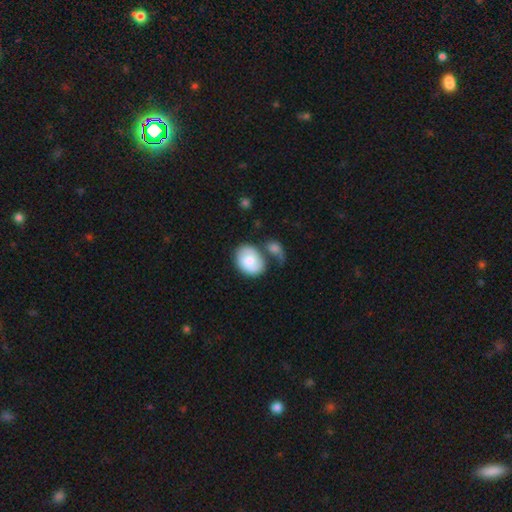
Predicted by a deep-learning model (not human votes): This is possibly a smooth galaxy (57%). How rounded: possibly in between (56%). Merging: likely none (62%).